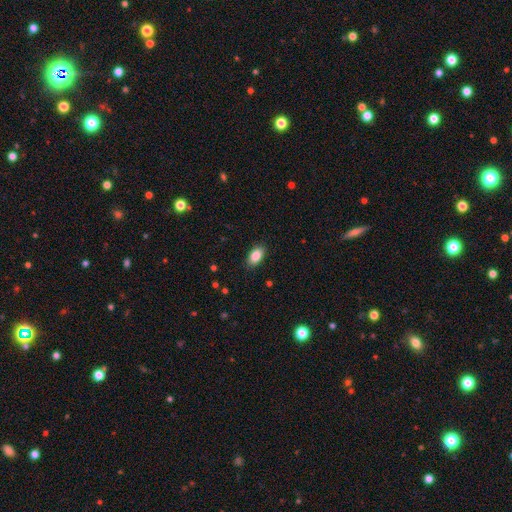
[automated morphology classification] Smooth or featured?
  - smooth: 88% *
  - star or artifact: 7%
  - featured or disk: 5%
How rounded?
  - in between: 92% *
  - round: 5%
  - cigar-shaped: 3%
Merging?
  - none: 87% *
  - minor disturbance: 9%
  - major disturbance: 2%
  - merger: 1%